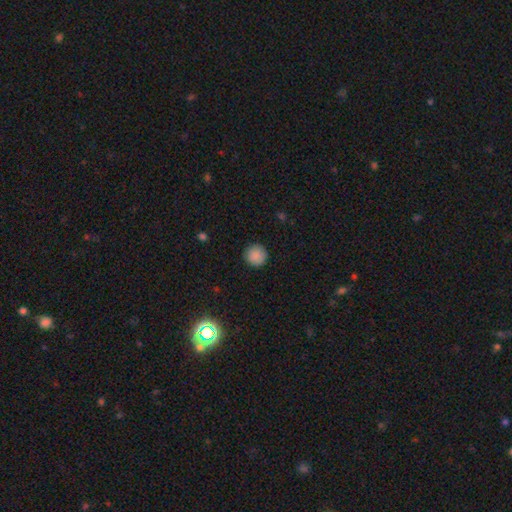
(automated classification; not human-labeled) Overall: smooth (87%). How rounded: round (95%). Merging: none (91%).